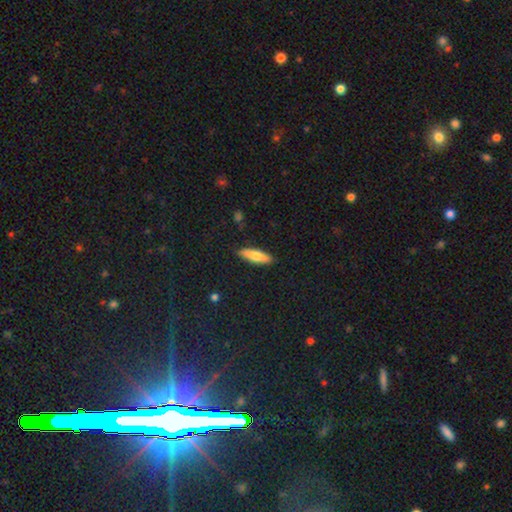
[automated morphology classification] Smooth or featured? Predicted: smooth (p=0.72). How rounded? Predicted: cigar-shaped (p=0.62). Merging? Predicted: none (p=0.88).